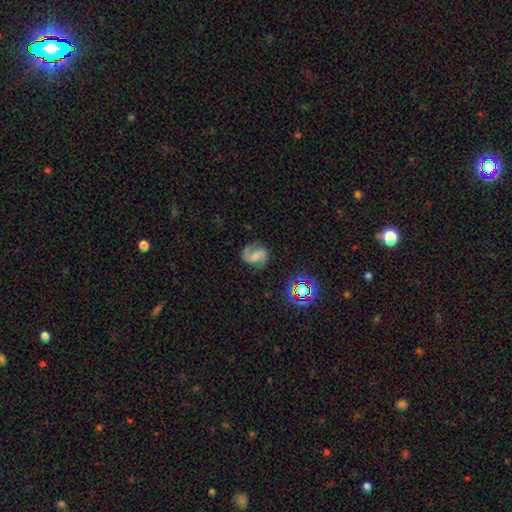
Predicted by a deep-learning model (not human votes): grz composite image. It shows a featured or disk galaxy (78%) with a weak bar (44%), 2 (91%) medium (51%) spiral arms (96%) and no central bulge (40%). Merging: none (75%).